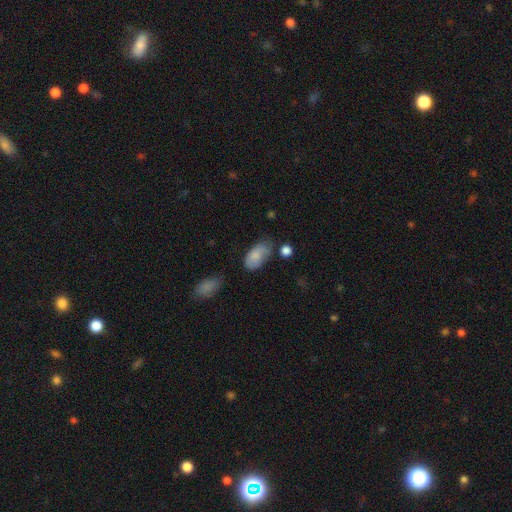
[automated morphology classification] smooth 81%, featured or disk 12%, star or artifact 7%. Down the decision tree: how rounded — in between (93%); merging — none (50%).